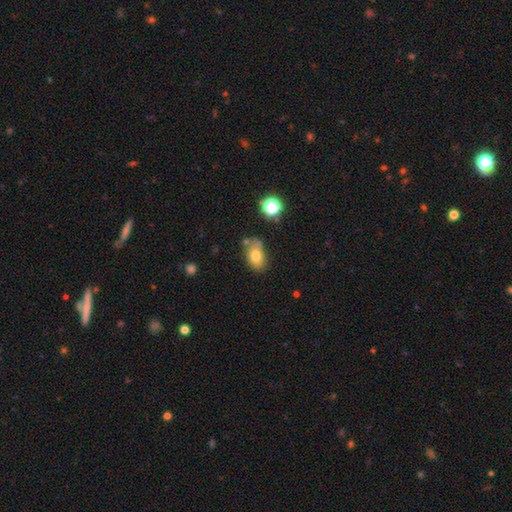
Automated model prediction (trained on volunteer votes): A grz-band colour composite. It shows a smooth galaxy with no disk features (76%) that is in between round and cigar-shaped (85%). Merging: none (63%).